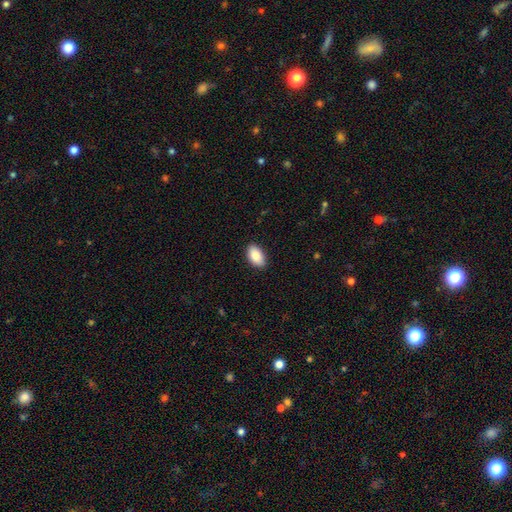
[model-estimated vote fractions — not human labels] Morphology: type=smooth (87%); roundness=in between (94%); merging=none (89%).